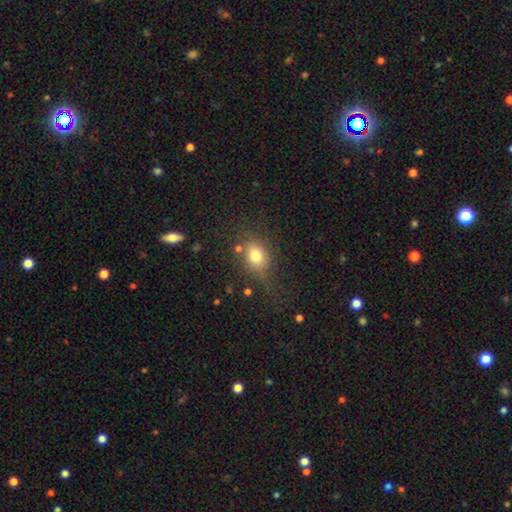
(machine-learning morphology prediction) Overall: smooth (76%). How rounded: in between (58%; round 40%). Merging: none (62%).